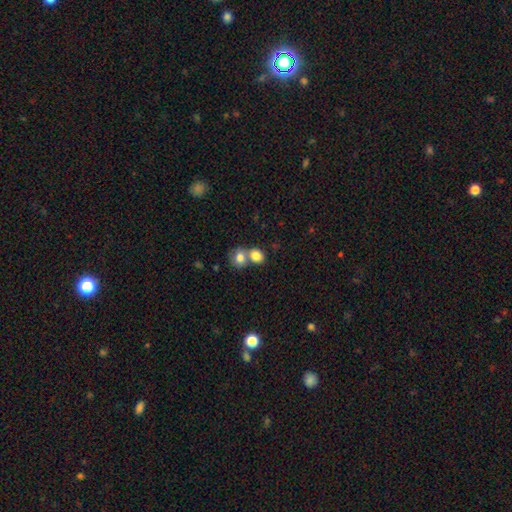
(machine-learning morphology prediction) This is clearly a smooth galaxy (82%). How rounded: likely round (63%). Merging: possibly merger (56%).